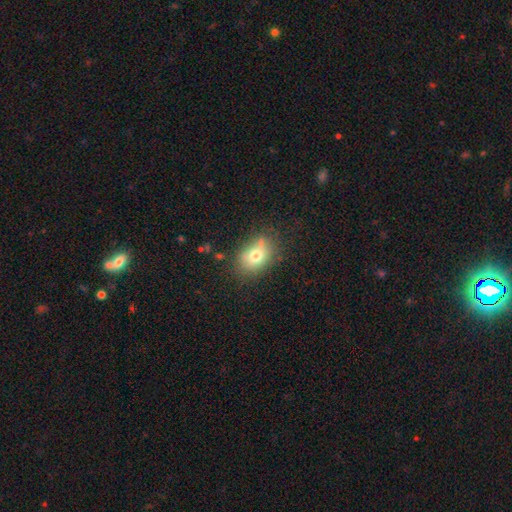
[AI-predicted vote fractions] A smooth galaxy with no disk features (73%) that is in between round and cigar-shaped (73%). Merging: none (65%).